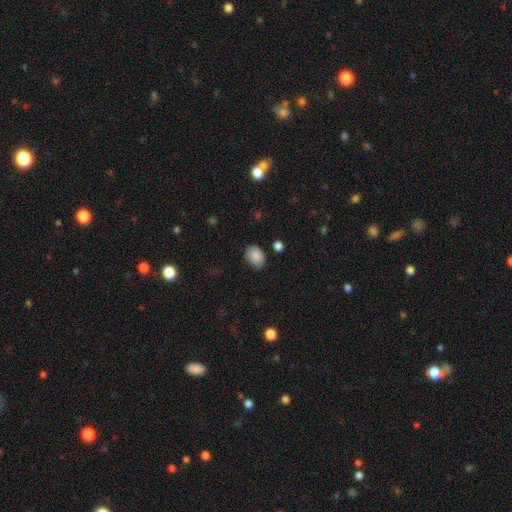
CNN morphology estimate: Smooth or featured?
  - smooth: 88% *
  - star or artifact: 8%
  - featured or disk: 4%
How rounded?
  - in between: 68% *
  - round: 31%
  - cigar-shaped: 1%
Merging?
  - none: 78% *
  - minor disturbance: 16%
  - major disturbance: 4%
  - merger: 3%